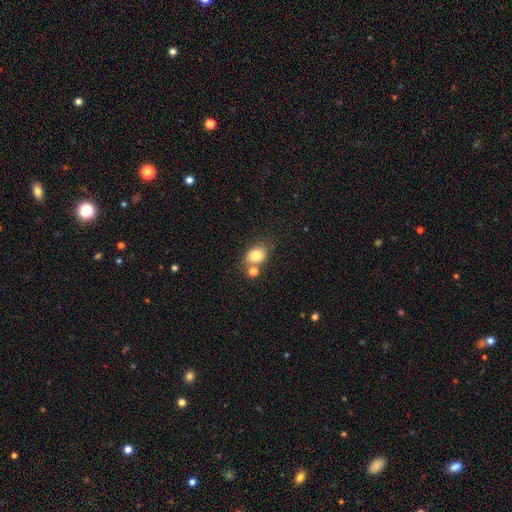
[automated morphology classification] smooth-or-featured: smooth: 80% | star or artifact: 10% | featured or disk: 10%
  how-rounded: in between: 59% | round: 40% | cigar-shaped: 1%
  merging: none: 57% | merger: 24% | minor disturbance: 14% | major disturbance: 5%